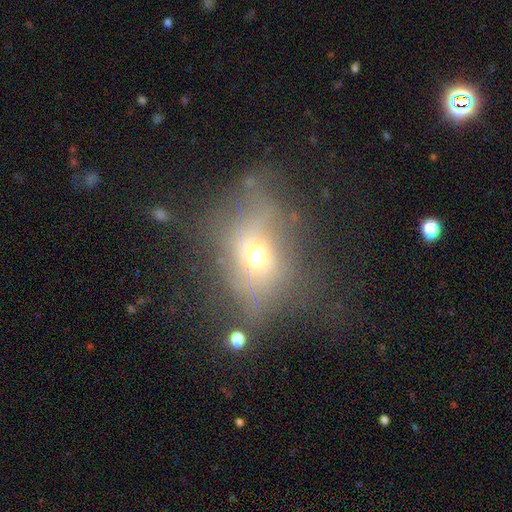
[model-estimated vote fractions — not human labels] Overall: smooth (43%; featured or disk 39%). Merging: none (43%; major disturbance 27%).